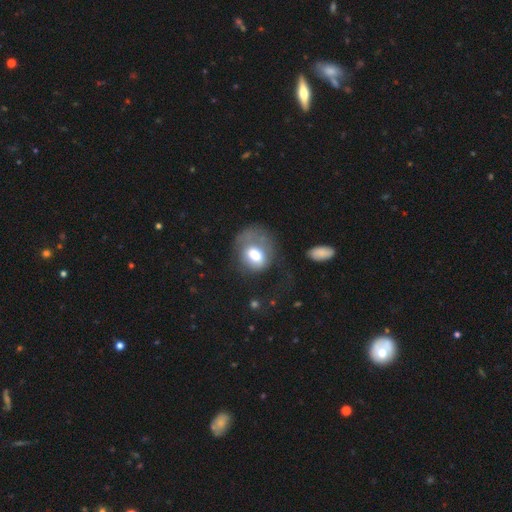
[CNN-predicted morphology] Smooth or featured? Predicted: smooth (p=0.63). How rounded? Predicted: round (p=0.51). Merging? Predicted: major disturbance (p=0.46).